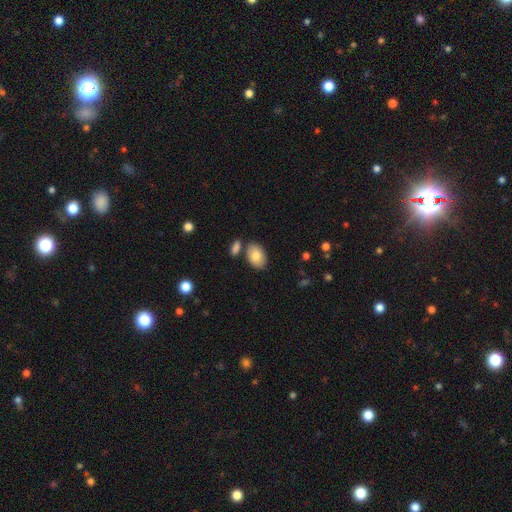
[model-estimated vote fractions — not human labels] Smooth or featured? Predicted: smooth (p=0.82). How rounded? Predicted: in between (p=0.88). Merging? Predicted: none (p=0.74).